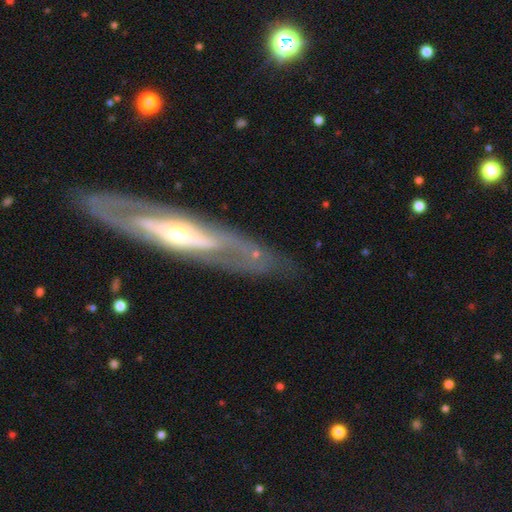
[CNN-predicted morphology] Overall: featured or disk (70%). Edge-on disk: no (59%; yes 41%). Merging: none (60%).